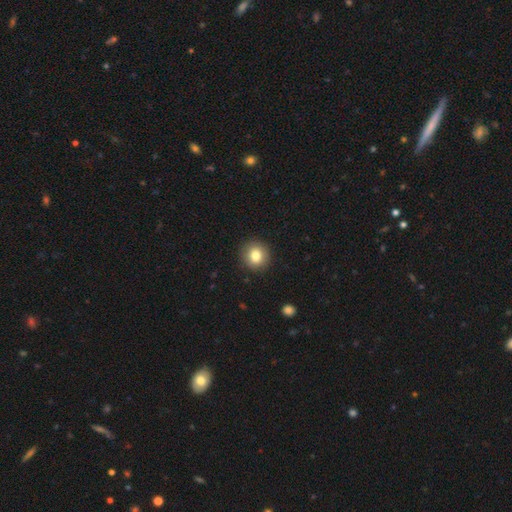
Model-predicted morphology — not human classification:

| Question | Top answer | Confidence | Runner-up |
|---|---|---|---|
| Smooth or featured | smooth | 82% | star or artifact (9%) |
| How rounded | round | 89% | in between (10%) |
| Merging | none | 91% | minor disturbance (6%) |